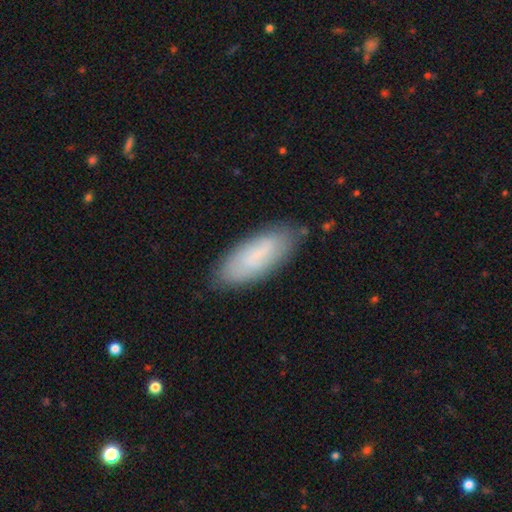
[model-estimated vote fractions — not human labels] Smooth or featured? Predicted: smooth (p=0.67). How rounded? Predicted: in between (p=0.74). Merging? Predicted: none (p=0.80).